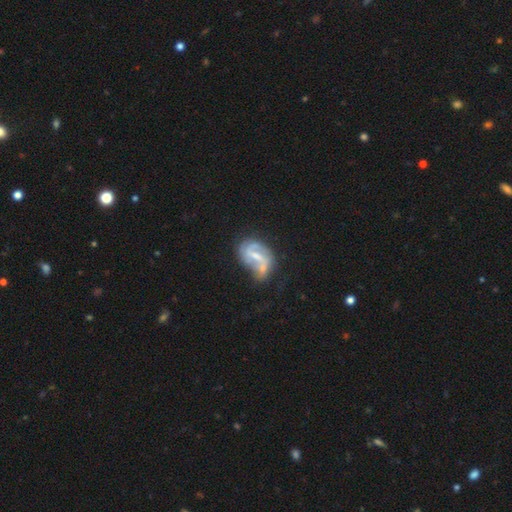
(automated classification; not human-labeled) A featured or disk galaxy (75%) with a weak bar (48%), 2 (66%) medium (43%) spiral arms (81%) and a small central bulge (42%).

Vote fractions:
- Smooth or featured? featured or disk: 75% / smooth: 18% / star or artifact: 7%
- Edge-on disk? no: 97% / yes: 3%
- Bar? weak: 48% / strong: 32% / no: 20%
- Spiral arms? yes: 81% / no: 19%
- Spiral winding? medium: 43% / loose: 33% / tight: 24%
- Spiral arm count? 2: 66% / can't tell: 14% / 1: 11% / 3: 5% / 4: 2% / more than 4: 2%
- Bulge size? small: 42% / moderate: 36% / none: 17% / large: 4% / dominant: 1%
- Merging? none: 33% / minor disturbance: 23% / merger: 22% / major disturbance: 21%